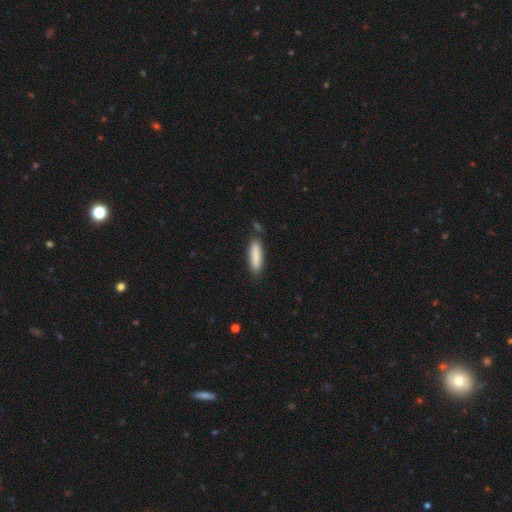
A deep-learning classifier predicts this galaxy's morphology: This is clearly a smooth galaxy (86%). How rounded: likely cigar-shaped (63%). Merging: likely none (79%).